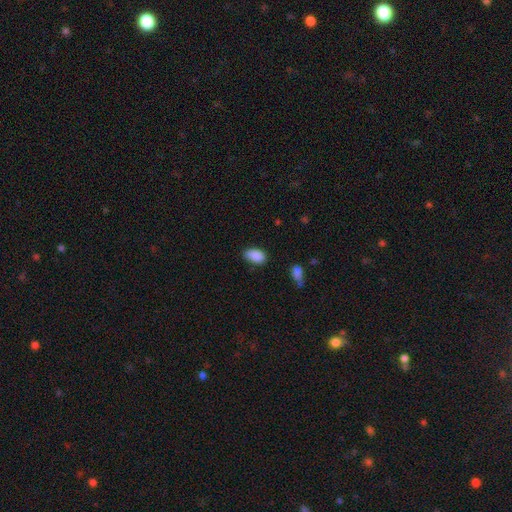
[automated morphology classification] Overall: smooth (88%). How rounded: in between (92%). Merging: none (71%).